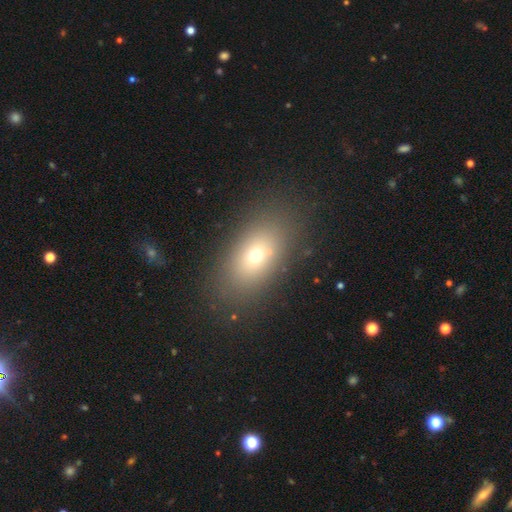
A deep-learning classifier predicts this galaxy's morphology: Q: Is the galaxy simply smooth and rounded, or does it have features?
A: smooth — 65%.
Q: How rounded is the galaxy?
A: in between — 80%.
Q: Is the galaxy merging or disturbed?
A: none — 81%.